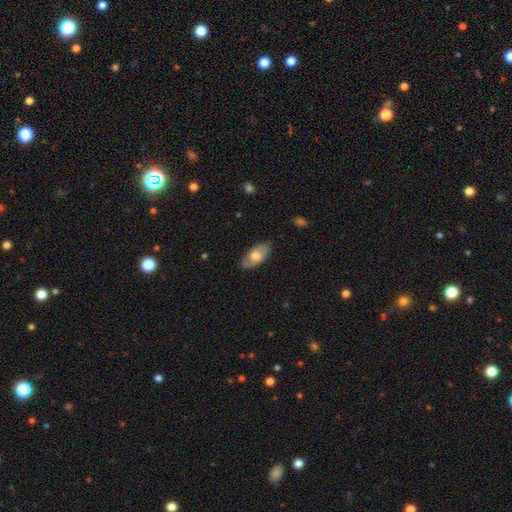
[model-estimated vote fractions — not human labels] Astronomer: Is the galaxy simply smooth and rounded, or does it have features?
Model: smooth — 58% (runner-up: featured or disk, 37%).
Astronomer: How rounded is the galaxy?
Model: in between — 92%.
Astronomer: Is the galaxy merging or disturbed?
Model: none — 80%.